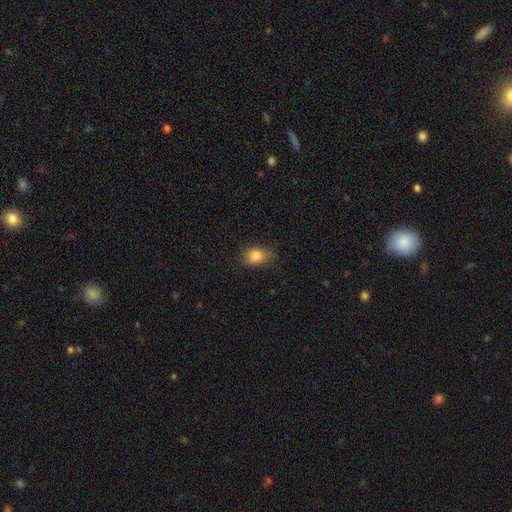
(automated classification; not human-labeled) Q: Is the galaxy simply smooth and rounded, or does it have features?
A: smooth — 84%.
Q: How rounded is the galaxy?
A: in between — 68%.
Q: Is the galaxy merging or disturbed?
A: none — 71%.